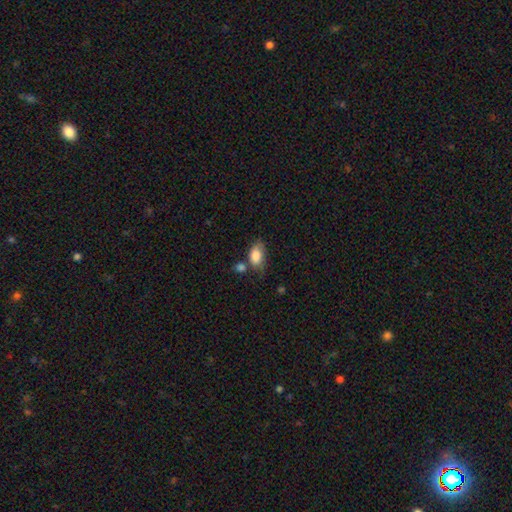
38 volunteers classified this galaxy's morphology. A smooth galaxy with no disk features (95%) that is in between round and cigar-shaped (94%). Merging: none (39%).